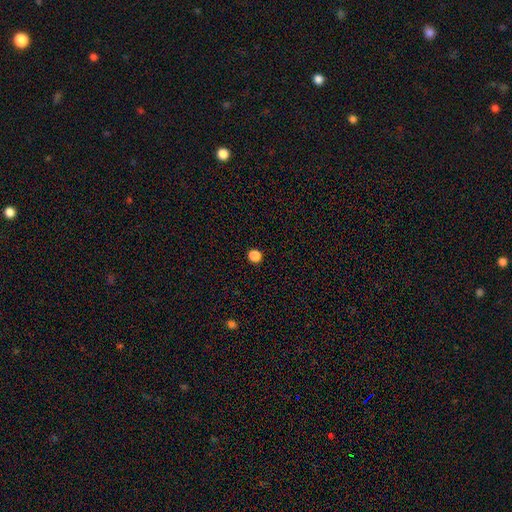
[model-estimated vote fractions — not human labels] A smooth galaxy with no disk features (85%) that is round (84%).

Vote fractions:
- Smooth or featured? smooth: 85% / star or artifact: 13% / featured or disk: 3%
- How rounded? round: 84% / in between: 15% / cigar-shaped: 1%
- Merging? none: 92% / minor disturbance: 5% / major disturbance: 2% / merger: 1%